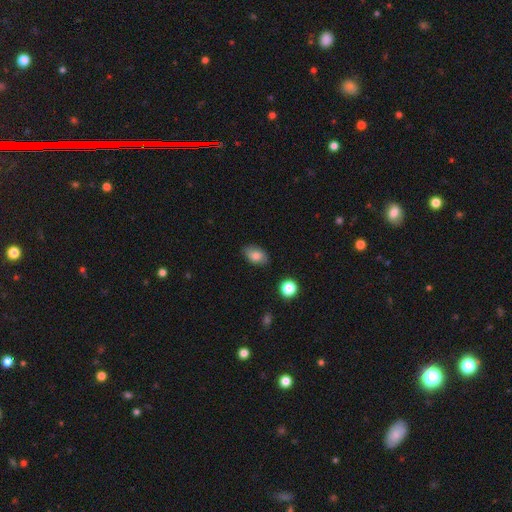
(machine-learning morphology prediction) This appears to be a smooth galaxy with no disk features (81%) that is in between round and cigar-shaped (88%). Merging: none (83%).